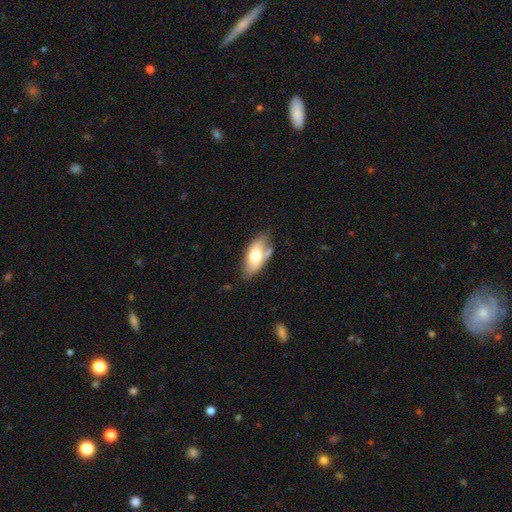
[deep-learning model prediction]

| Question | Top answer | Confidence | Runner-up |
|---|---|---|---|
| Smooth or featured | smooth | 65% | featured or disk (29%) |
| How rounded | in between | 90% | cigar-shaped (7%) |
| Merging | none | 53% | minor disturbance (28%) |